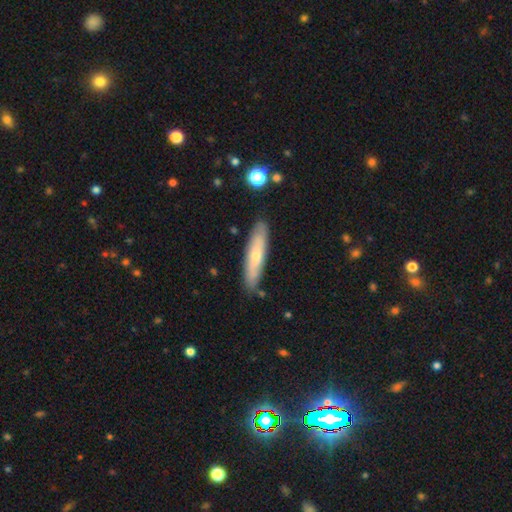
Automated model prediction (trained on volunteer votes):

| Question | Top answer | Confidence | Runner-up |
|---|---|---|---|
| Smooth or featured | smooth | 55% | featured or disk (38%) |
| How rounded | cigar-shaped | 82% | in between (17%) |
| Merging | none | 85% | minor disturbance (11%) |